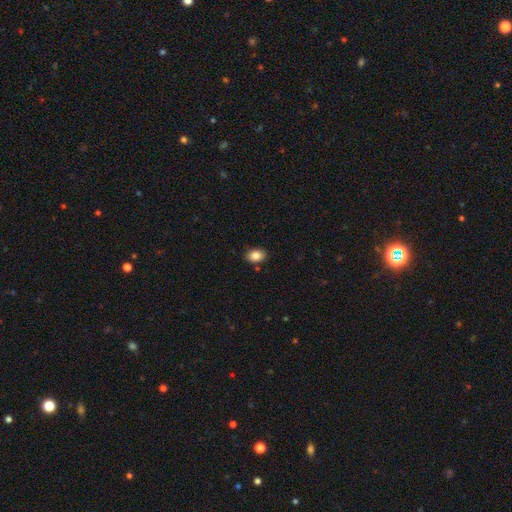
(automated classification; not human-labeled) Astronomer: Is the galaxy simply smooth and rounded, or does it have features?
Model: smooth — 86%.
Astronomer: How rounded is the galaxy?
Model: in between — 76%.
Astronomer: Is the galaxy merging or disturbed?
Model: none — 87%.